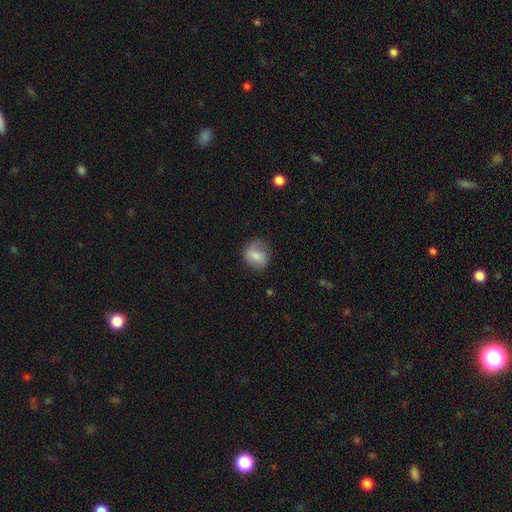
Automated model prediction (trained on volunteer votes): Q: Smooth or featured?
A: smooth (78%); runner-up: featured or disk (14%)
Q: How rounded?
A: round (57%); runner-up: in between (41%)
Q: Merging?
A: none (62%); runner-up: minor disturbance (26%)